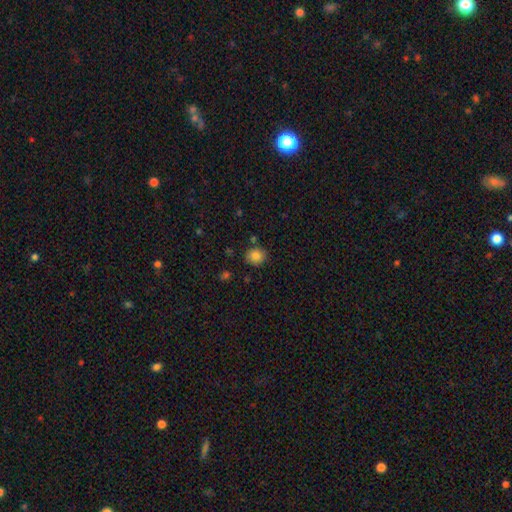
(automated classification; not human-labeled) Smooth or featured?
  - smooth: 84% *
  - star or artifact: 10%
  - featured or disk: 6%
How rounded?
  - round: 79% *
  - in between: 20%
  - cigar-shaped: 1%
Merging?
  - none: 82% *
  - minor disturbance: 11%
  - merger: 5%
  - major disturbance: 2%